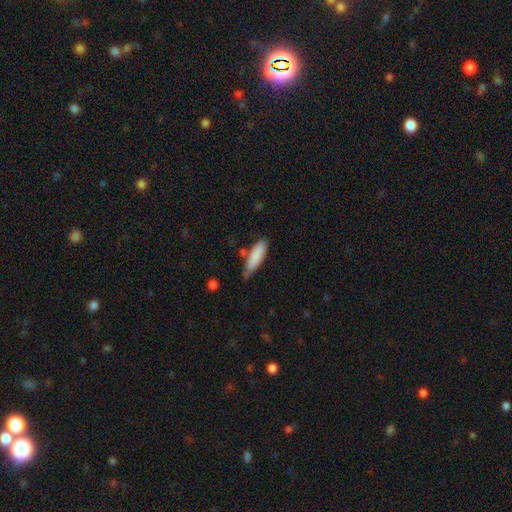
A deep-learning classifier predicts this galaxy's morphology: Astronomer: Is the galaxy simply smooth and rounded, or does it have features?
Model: smooth — 85%.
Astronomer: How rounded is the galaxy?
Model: cigar-shaped — 58% (runner-up: in between, 40%).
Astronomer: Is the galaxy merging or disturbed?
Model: none — 66%.